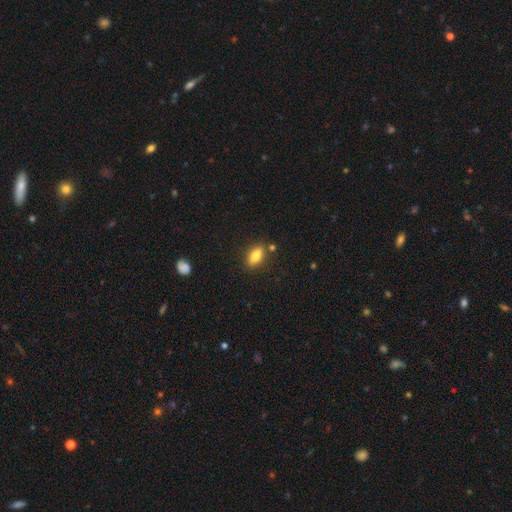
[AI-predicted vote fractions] Smooth or featured?
  - smooth: 79% *
  - featured or disk: 13%
  - star or artifact: 8%
How rounded?
  - in between: 82% *
  - cigar-shaped: 12%
  - round: 5%
Merging?
  - none: 80% *
  - minor disturbance: 11%
  - merger: 6%
  - major disturbance: 3%